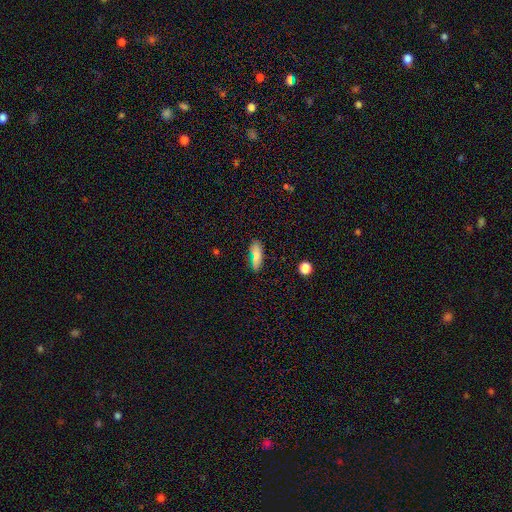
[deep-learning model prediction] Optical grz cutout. It shows a smooth galaxy with no disk features (76%) that is in between round and cigar-shaped (63%). Merging: none (80%).